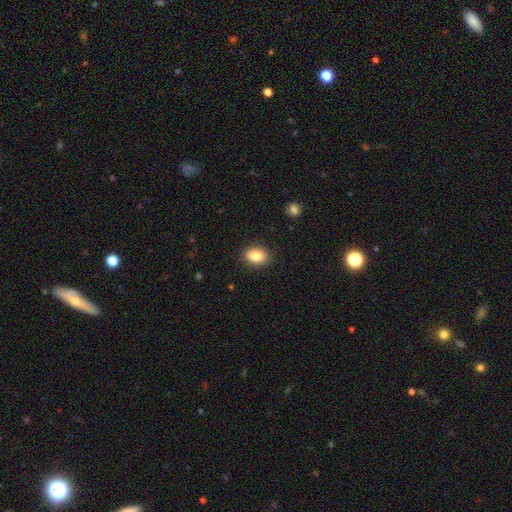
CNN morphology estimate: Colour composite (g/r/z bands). It shows a smooth galaxy with no disk features (85%) that is in between round and cigar-shaped (76%). Merging: none (88%).